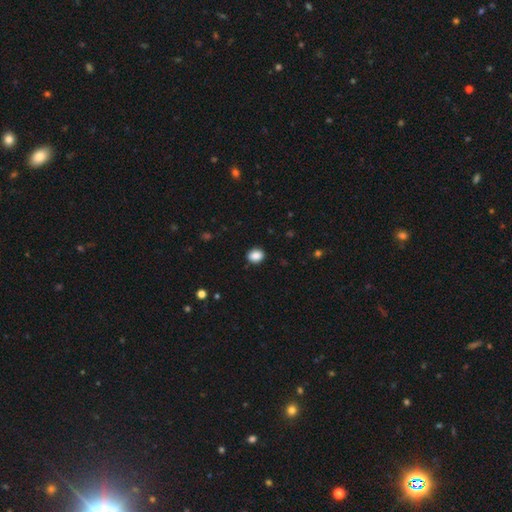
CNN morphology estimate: This is clearly a smooth galaxy (88%). How rounded: possibly round (52%). Merging: clearly none (89%).